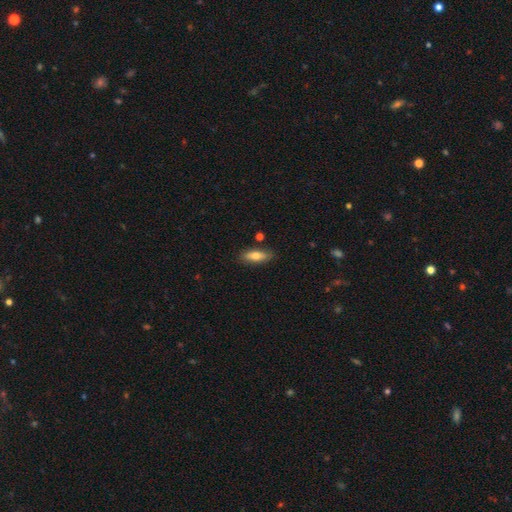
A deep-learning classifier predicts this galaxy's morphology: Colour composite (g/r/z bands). It shows a smooth galaxy with no disk features (69%) that is in between round and cigar-shaped (65%). Merging: none (81%).